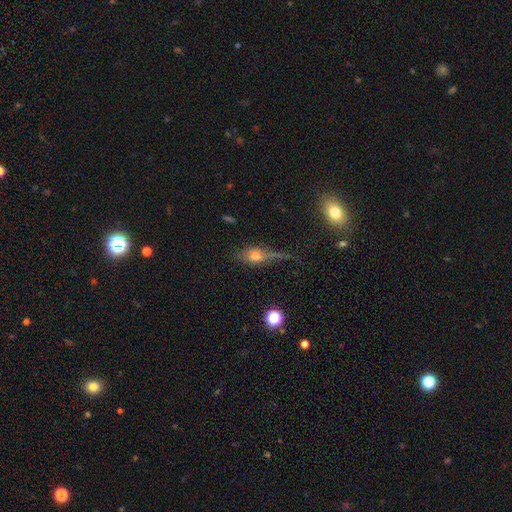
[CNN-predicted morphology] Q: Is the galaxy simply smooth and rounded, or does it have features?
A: smooth — 48%.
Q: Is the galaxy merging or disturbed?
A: none — 45%.